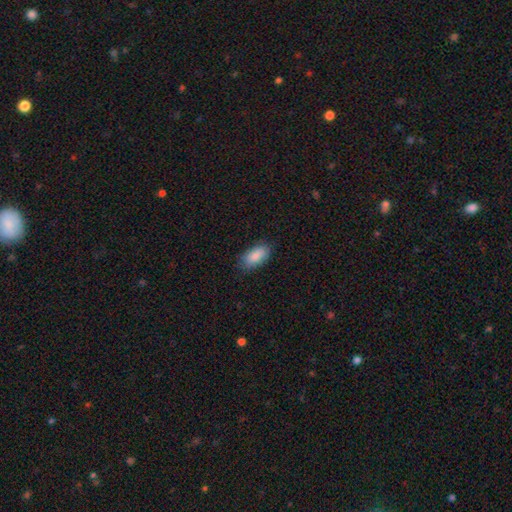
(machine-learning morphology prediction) smooth 88%, star or artifact 6%, featured or disk 5%. Down the decision tree: how rounded — in between (91%); merging — none (83%).